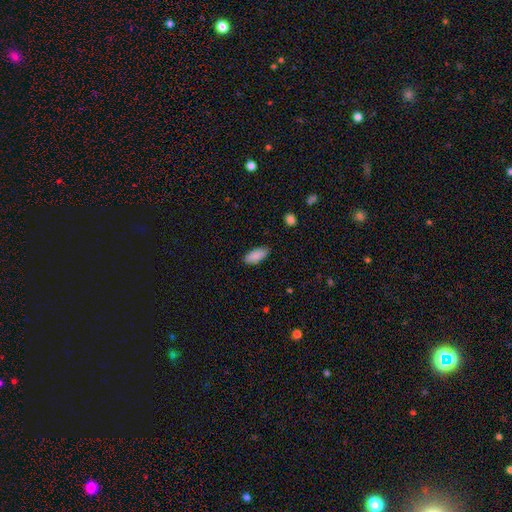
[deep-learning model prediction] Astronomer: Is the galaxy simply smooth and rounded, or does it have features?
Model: smooth — 89%.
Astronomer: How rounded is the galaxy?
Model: in between — 86%.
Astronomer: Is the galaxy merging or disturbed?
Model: none — 83%.